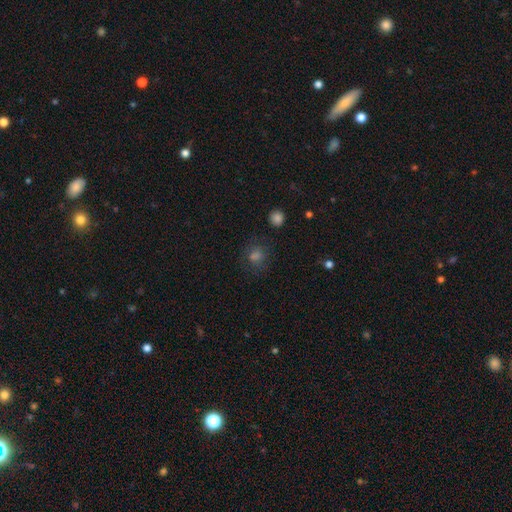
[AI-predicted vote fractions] Smooth or featured? Predicted: smooth (p=0.62). How rounded? Predicted: round (p=0.77). Merging? Predicted: none (p=0.77).